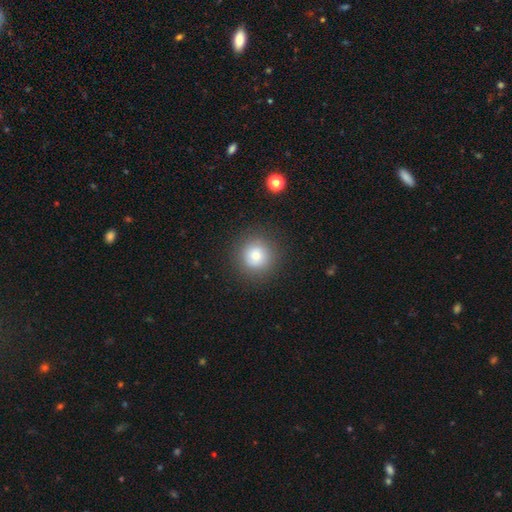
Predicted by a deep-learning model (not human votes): A smooth galaxy with no disk features (77%) that is round (93%). Merging: none (88%).